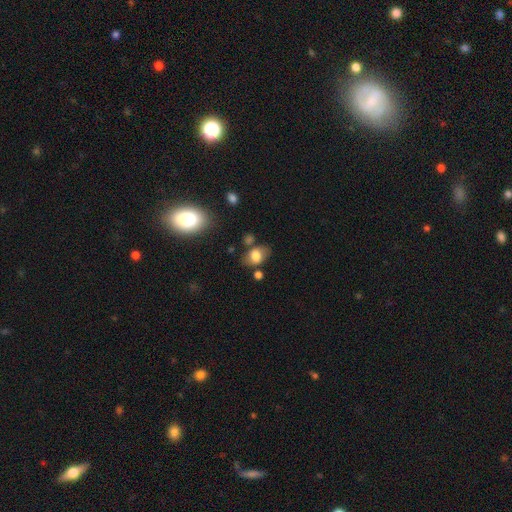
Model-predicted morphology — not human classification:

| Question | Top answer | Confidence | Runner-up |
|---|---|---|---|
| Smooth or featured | smooth | 72% | featured or disk (18%) |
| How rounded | in between | 77% | round (22%) |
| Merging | none | 67% | minor disturbance (18%) |